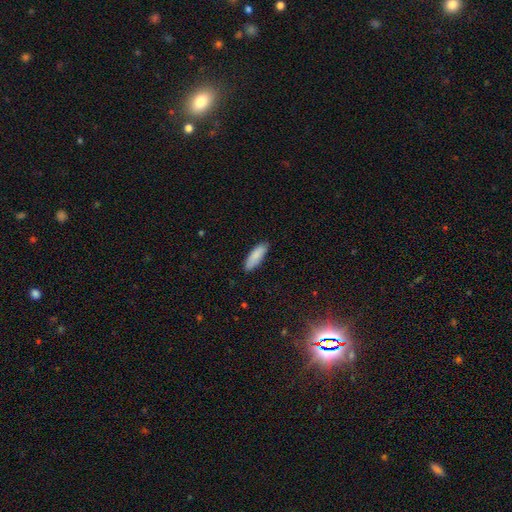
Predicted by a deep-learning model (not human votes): Smooth or featured? Predicted: smooth (p=0.87). How rounded? Predicted: in between (p=0.58). Merging? Predicted: none (p=0.86).